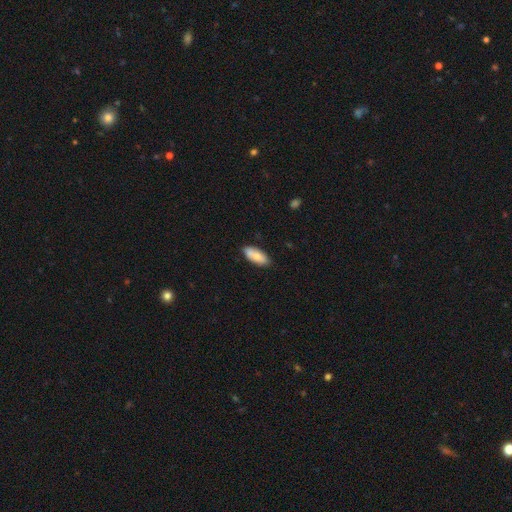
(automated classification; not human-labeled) This is likely a smooth galaxy (77%). How rounded: clearly in between (82%). Merging: clearly none (80%).